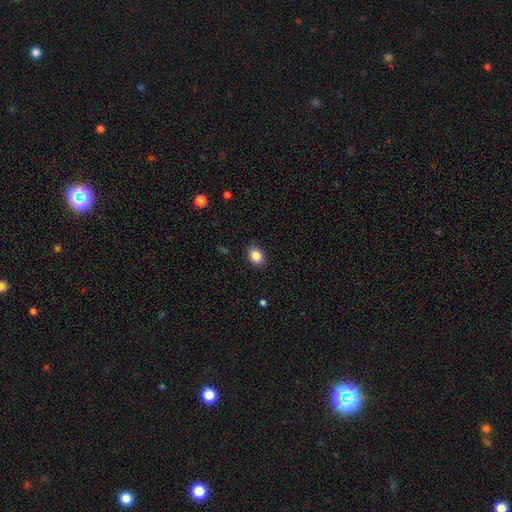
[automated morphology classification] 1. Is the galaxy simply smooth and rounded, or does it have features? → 86% smooth, 9% star or artifact, 5% featured or disk.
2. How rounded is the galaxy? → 56% in between, 43% round, 1% cigar-shaped.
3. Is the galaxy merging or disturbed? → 89% none, 8% minor disturbance, 2% major disturbance, 1% merger.